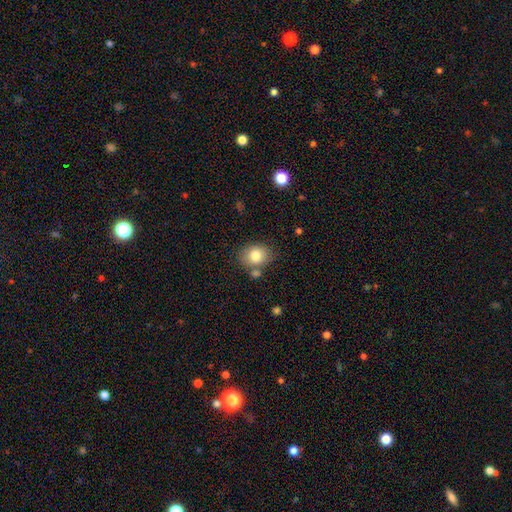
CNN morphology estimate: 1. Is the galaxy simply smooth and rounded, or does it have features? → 81% smooth, 11% featured or disk, 9% star or artifact.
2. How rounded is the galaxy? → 58% in between, 42% round, 1% cigar-shaped.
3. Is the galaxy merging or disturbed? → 72% none, 14% minor disturbance, 10% merger, 4% major disturbance.